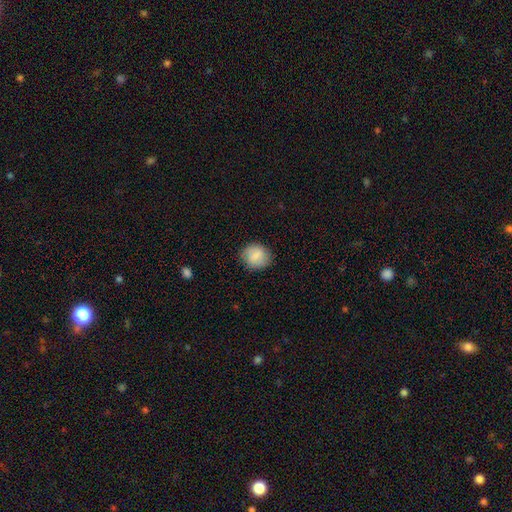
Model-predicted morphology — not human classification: Smooth or featured? Predicted: smooth (p=0.82). How rounded? Predicted: round (p=0.77). Merging? Predicted: none (p=0.84).